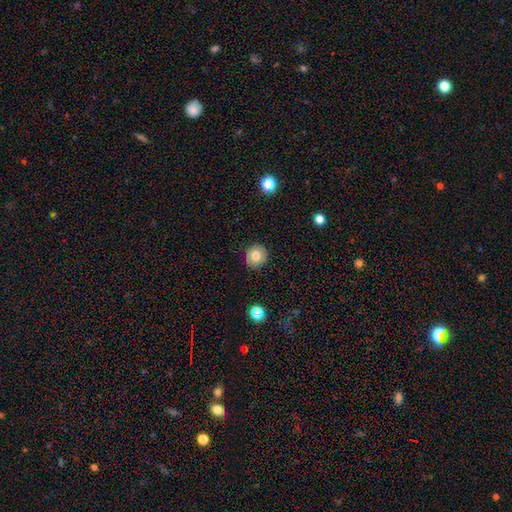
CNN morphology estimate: Q: Smooth or featured?
A: smooth (76%); runner-up: featured or disk (14%)
Q: How rounded?
A: round (87%); runner-up: in between (12%)
Q: Merging?
A: none (89%); runner-up: minor disturbance (8%)